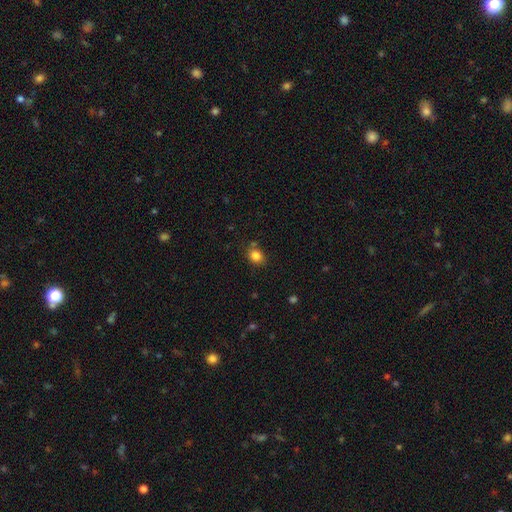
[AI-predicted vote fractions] smooth_or_featured: smooth (p=0.83) [alt: star or artifact p=0.11]
how_rounded: round (p=0.54) [alt: in between p=0.45]
merging: none (p=0.75) [alt: minor disturbance p=0.14]